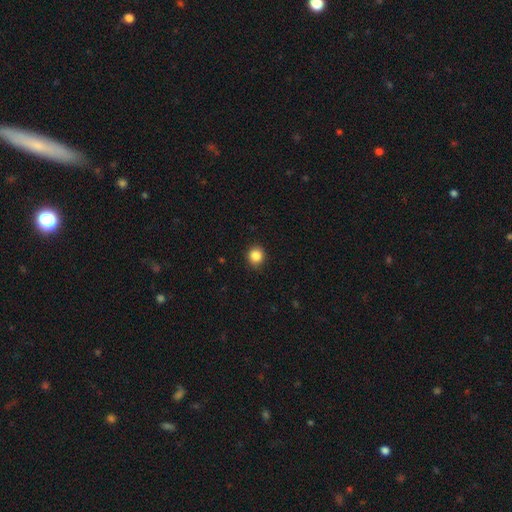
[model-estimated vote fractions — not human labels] The model was most divided on "smooth or featured": smooth: 86%, star or artifact: 10%, featured or disk: 4%. More confident: how rounded — round (90%); merging — none (89%).